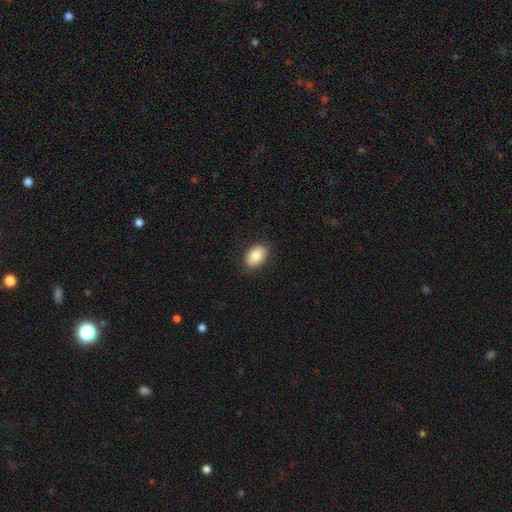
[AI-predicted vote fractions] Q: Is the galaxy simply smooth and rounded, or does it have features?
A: smooth — 82%.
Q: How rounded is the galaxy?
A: in between — 79%.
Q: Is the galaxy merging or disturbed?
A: none — 88%.